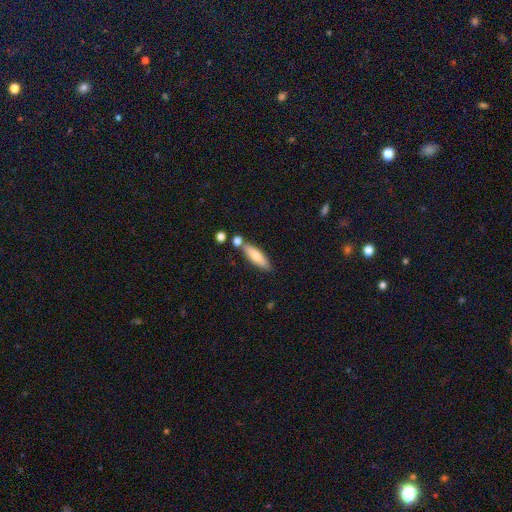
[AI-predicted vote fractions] Q: Smooth or featured?
A: smooth (71%); runner-up: featured or disk (23%)
Q: How rounded?
A: cigar-shaped (59%); runner-up: in between (39%)
Q: Merging?
A: none (71%); runner-up: minor disturbance (13%)